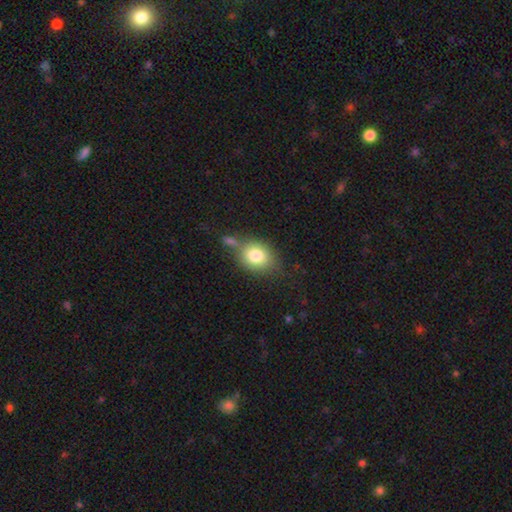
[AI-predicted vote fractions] smooth-or-featured: smooth: 78% | featured or disk: 12% | star or artifact: 9%
  how-rounded: in between: 50% | round: 49% | cigar-shaped: 1%
  merging: none: 59% | minor disturbance: 19% | merger: 15% | major disturbance: 7%